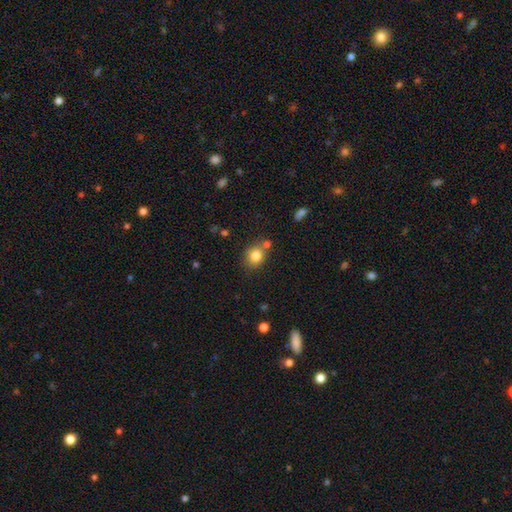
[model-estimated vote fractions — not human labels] smooth-or-featured: smooth: 81% | star or artifact: 11% | featured or disk: 8%
  how-rounded: round: 65% | in between: 34% | cigar-shaped: 1%
  merging: none: 67% | merger: 16% | minor disturbance: 13% | major disturbance: 4%